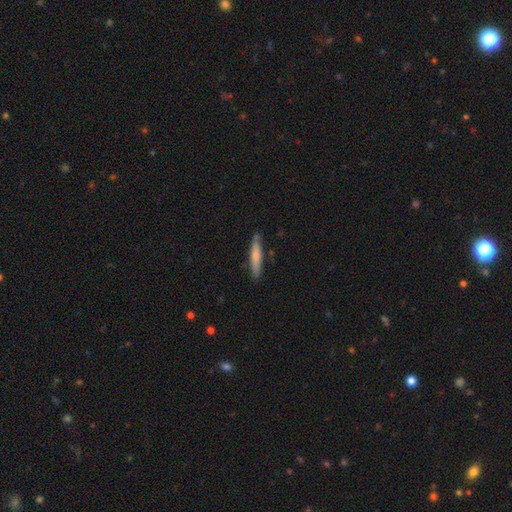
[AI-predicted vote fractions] smooth 71%, featured or disk 24%, star or artifact 5%. Down the decision tree: how rounded — cigar-shaped (91%); merging — none (84%).